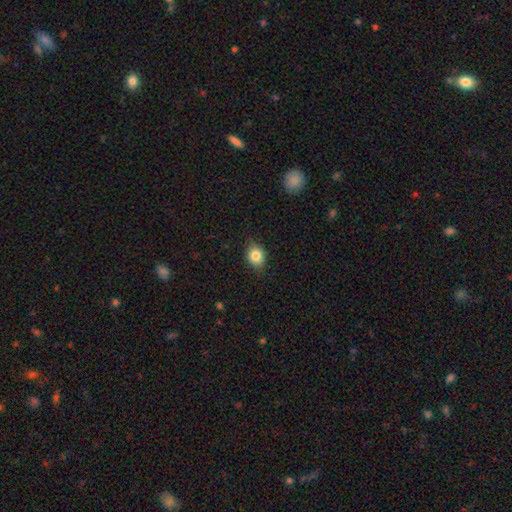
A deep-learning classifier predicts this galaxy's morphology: smooth 83%, star or artifact 9%, featured or disk 8%. Down the decision tree: how rounded — in between (50%); merging — none (83%).